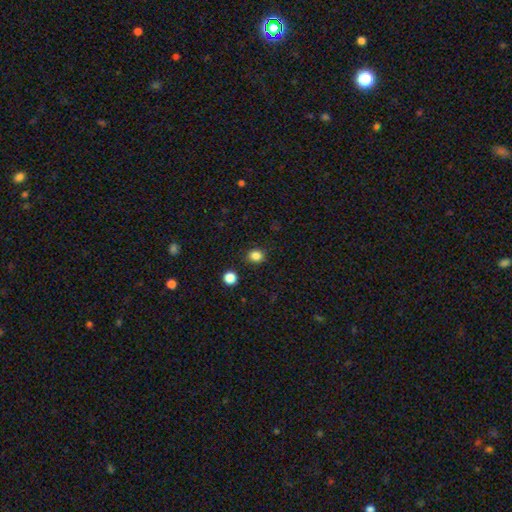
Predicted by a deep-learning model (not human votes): Smooth or featured: smooth — 84% (star or artifact — 13%)
How rounded: round — 72% (in between — 27%)
Merging: none — 87% (minor disturbance — 8%)